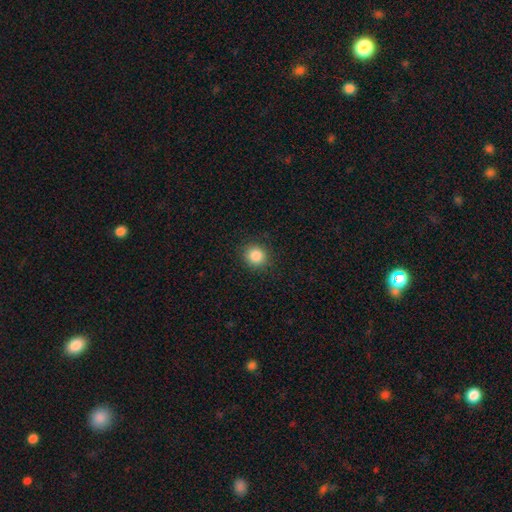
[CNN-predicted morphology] This appears to be a smooth galaxy with no disk features (86%) that is round (88%). Merging: none (89%).